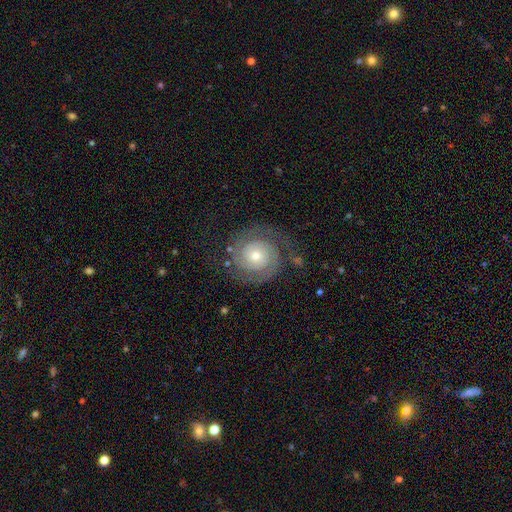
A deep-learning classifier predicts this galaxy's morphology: This appears to be a featured or disk galaxy (86%) with no bar (78%), 2 (88%) tight (69%) spiral arms (97%) and a small central bulge (51%). Merging: none (79%).